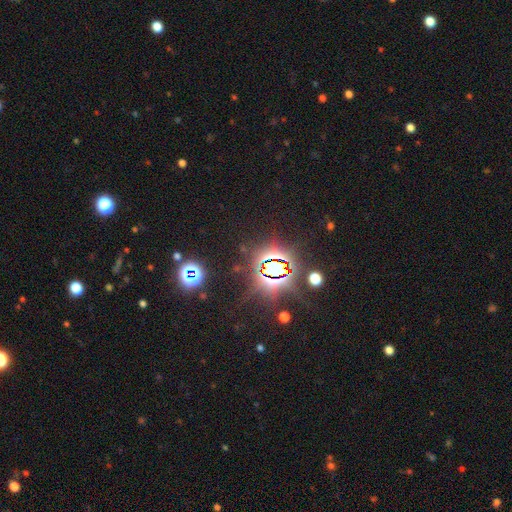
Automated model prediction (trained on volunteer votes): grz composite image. It shows a star or artifact, not a galaxy (85%).